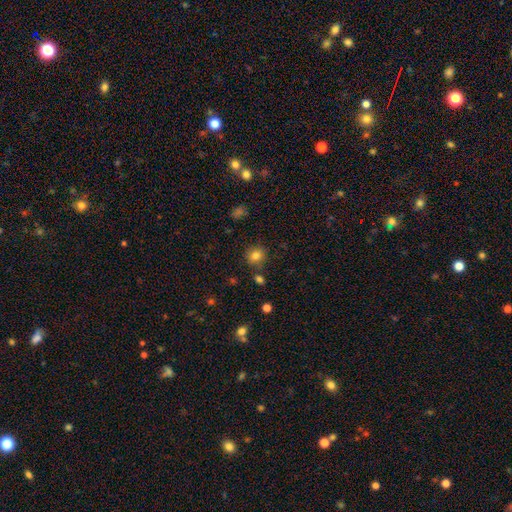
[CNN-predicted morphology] A smooth galaxy with no disk features (81%) that is round (85%).

Vote fractions:
- Smooth or featured? smooth: 81% / star or artifact: 12% / featured or disk: 7%
- How rounded? round: 85% / in between: 14% / cigar-shaped: 1%
- Merging? none: 81% / minor disturbance: 10% / merger: 6% / major disturbance: 3%